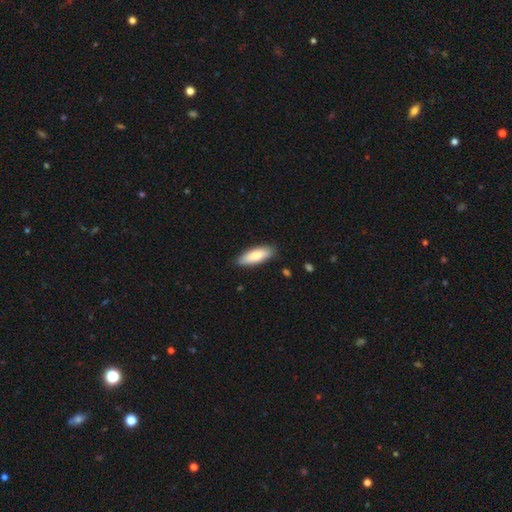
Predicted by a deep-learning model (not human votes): smooth-or-featured: smooth: 80% | featured or disk: 15% | star or artifact: 5%
  how-rounded: in between: 67% | cigar-shaped: 31% | round: 2%
  merging: none: 85% | minor disturbance: 11% | major disturbance: 2% | merger: 1%